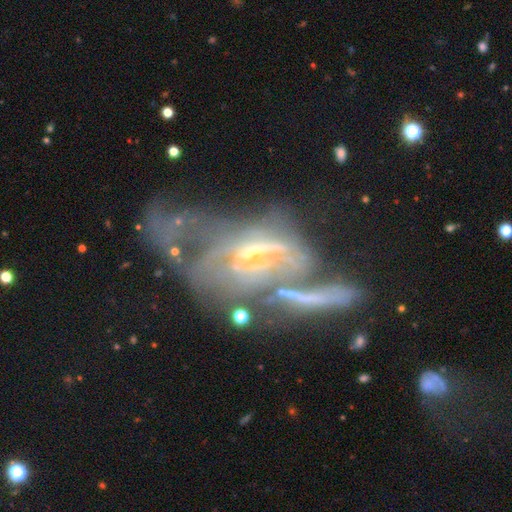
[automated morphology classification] A featured or disk galaxy (67%) with no bar (59%), no spiral arms (60%) and a small central bulge (47%).

Vote fractions:
- Smooth or featured? featured or disk: 67% / smooth: 17% / star or artifact: 16%
- Edge-on disk? no: 85% / yes: 15%
- Bar? no: 59% / weak: 25% / strong: 16%
- Spiral arms? no: 60% / yes: 40%
- Bulge size? small: 47% / moderate: 32% / none: 15% / large: 5% / dominant: 2%
- Merging? major disturbance: 39% / merger: 37% / none: 14% / minor disturbance: 10%